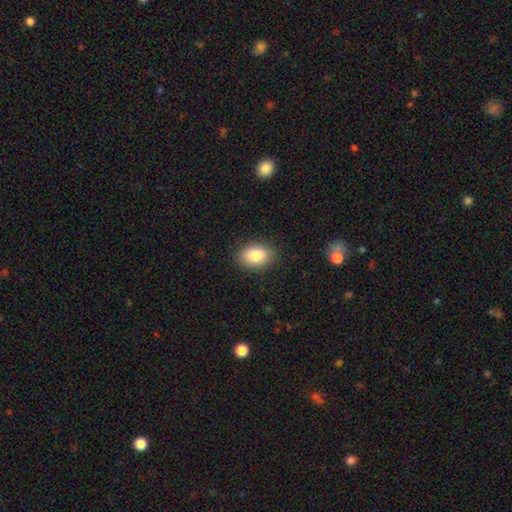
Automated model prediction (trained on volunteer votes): Q: Smooth or featured?
A: smooth (84%); runner-up: star or artifact (8%)
Q: How rounded?
A: in between (80%); runner-up: round (19%)
Q: Merging?
A: none (87%); runner-up: minor disturbance (9%)